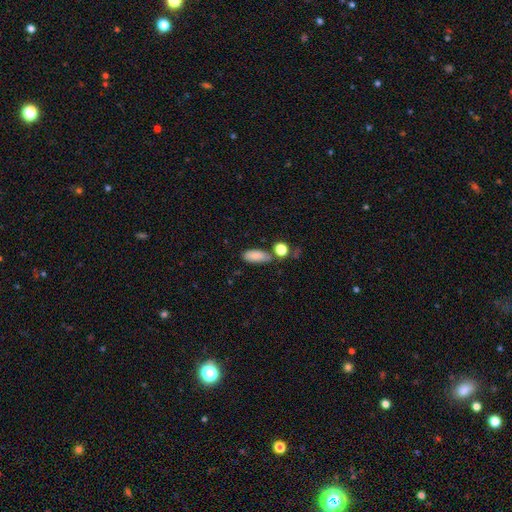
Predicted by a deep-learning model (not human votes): A smooth galaxy with no disk features (84%) that is in between round and cigar-shaped (83%).

Vote fractions:
- Smooth or featured? smooth: 84% / star or artifact: 8% / featured or disk: 7%
- How rounded? in between: 83% / cigar-shaped: 13% / round: 4%
- Merging? none: 65% / minor disturbance: 18% / merger: 12% / major disturbance: 5%